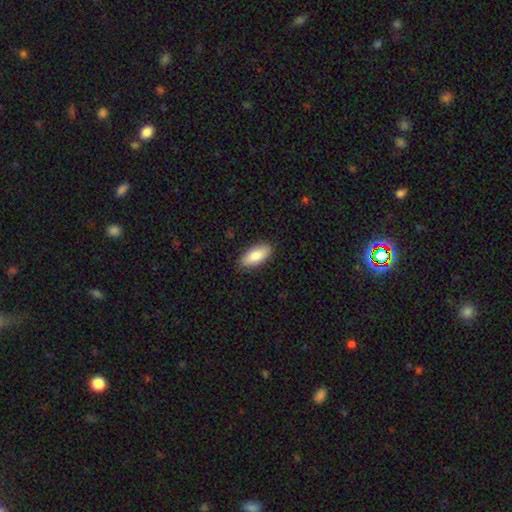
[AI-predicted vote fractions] Smooth or featured?
  - smooth: 83% *
  - featured or disk: 11%
  - star or artifact: 6%
How rounded?
  - in between: 87% *
  - cigar-shaped: 11%
  - round: 2%
Merging?
  - none: 88% *
  - minor disturbance: 9%
  - major disturbance: 2%
  - merger: 1%